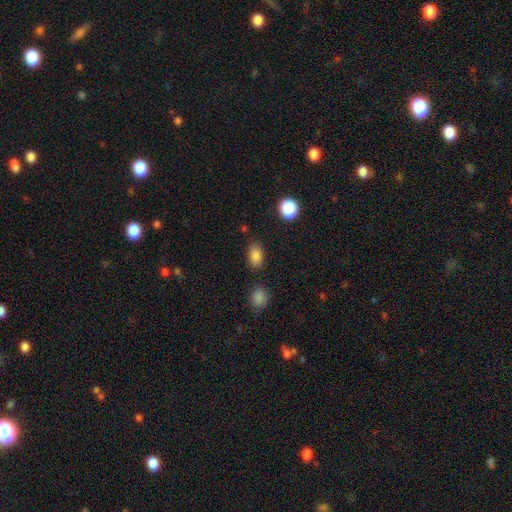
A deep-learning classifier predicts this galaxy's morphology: smooth-or-featured: smooth: 84% | star or artifact: 10% | featured or disk: 6%
  how-rounded: in between: 87% | round: 11% | cigar-shaped: 2%
  merging: none: 82% | minor disturbance: 11% | merger: 4% | major disturbance: 3%